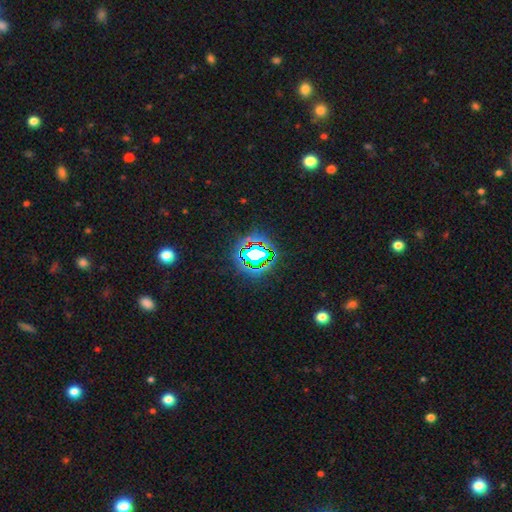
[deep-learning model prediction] Smooth or featured? Predicted: star or artifact (p=0.70).